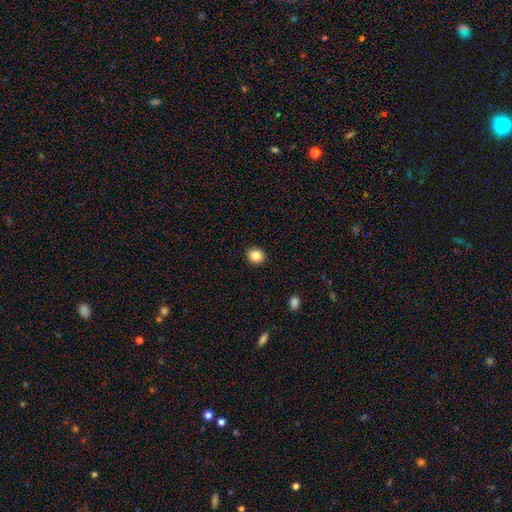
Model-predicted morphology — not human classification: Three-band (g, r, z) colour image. It shows a smooth galaxy with no disk features (85%) that is round (77%). Merging: none (92%).